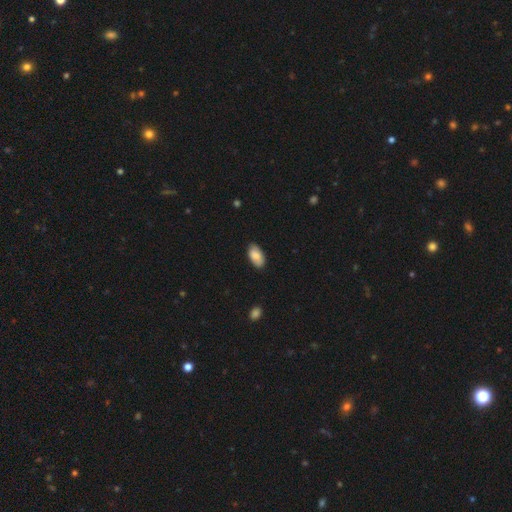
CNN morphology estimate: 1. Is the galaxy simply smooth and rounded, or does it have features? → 85% smooth, 9% featured or disk, 6% star or artifact.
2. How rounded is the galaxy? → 95% in between, 3% cigar-shaped, 2% round.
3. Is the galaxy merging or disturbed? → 83% none, 14% minor disturbance, 2% major disturbance, 1% merger.